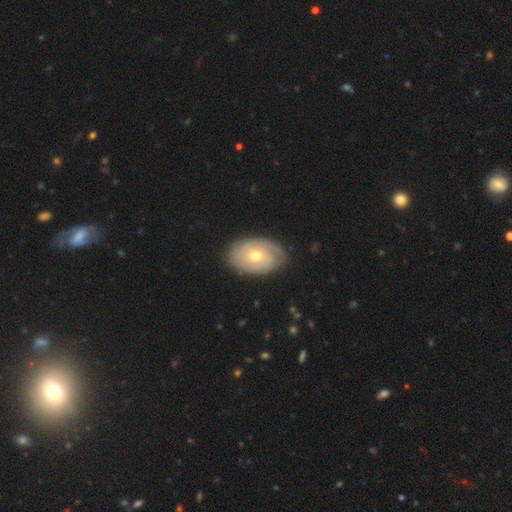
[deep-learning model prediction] Smooth or featured?
  - featured or disk: 70% *
  - smooth: 24%
  - star or artifact: 5%
Edge-on disk?
  - no: 95% *
  - yes: 5%
Bar?
  - no: 76% *
  - weak: 21%
  - strong: 3%
Spiral arms?
  - yes: 87% *
  - no: 13%
Spiral winding?
  - tight: 70% *
  - medium: 23%
  - loose: 8%
Spiral arm count?
  - can't tell: 39% *
  - 2: 31%
  - 3: 14%
  - 1: 7%
  - 4: 5%
  - more than 4: 4%
Bulge size?
  - moderate: 59% *
  - small: 37%
  - large: 2%
  - none: 1%
  - dominant: 1%
Merging?
  - none: 79% *
  - minor disturbance: 16%
  - major disturbance: 4%
  - merger: 1%